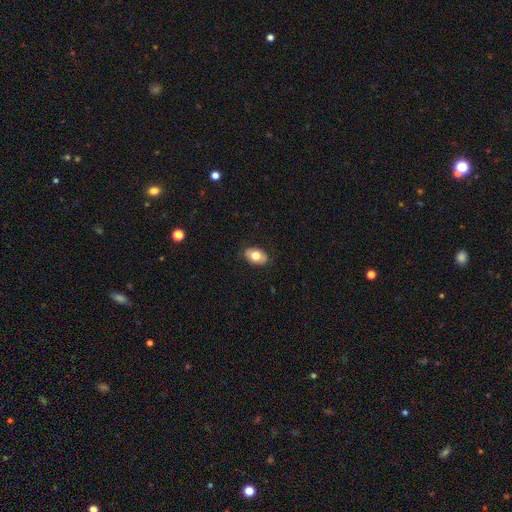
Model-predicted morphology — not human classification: smooth 72%, featured or disk 20%, star or artifact 8%. Down the decision tree: how rounded — in between (86%); merging — none (84%).